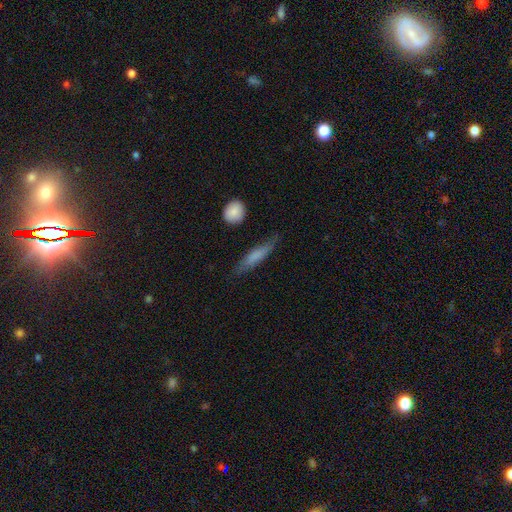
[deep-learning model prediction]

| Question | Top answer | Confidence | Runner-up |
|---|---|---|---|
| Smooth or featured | smooth | 67% | featured or disk (26%) |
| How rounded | cigar-shaped | 78% | in between (19%) |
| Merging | none | 70% | minor disturbance (22%) |